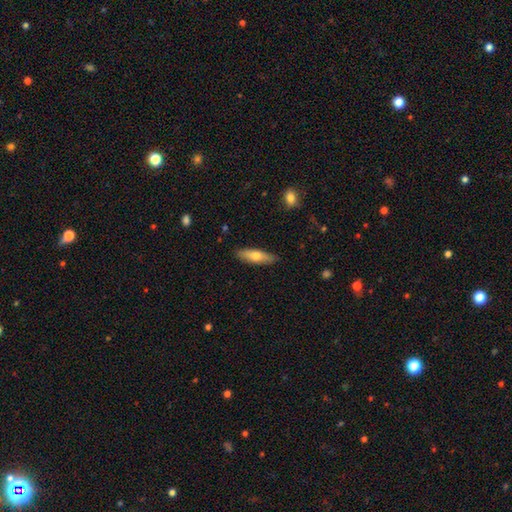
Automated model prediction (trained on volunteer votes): Smooth or featured?
  - smooth: 63% *
  - featured or disk: 31%
  - star or artifact: 6%
How rounded?
  - cigar-shaped: 56% *
  - in between: 41%
  - round: 2%
Merging?
  - none: 87% *
  - minor disturbance: 10%
  - major disturbance: 2%
  - merger: 1%